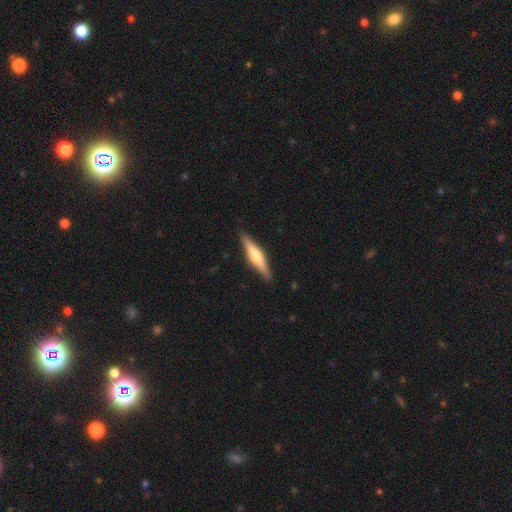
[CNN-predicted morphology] A featured or disk galaxy (56%) viewed edge-on (97%) with a rounded central bulge (66%).

Vote fractions:
- Smooth or featured? featured or disk: 56% / smooth: 39% / star or artifact: 5%
- Edge-on disk? yes: 97% / no: 3%
- Edge-on bulge? rounded: 66% / boxy: 23% / none: 11%
- Merging? none: 89% / minor disturbance: 8% / major disturbance: 2% / merger: 1%